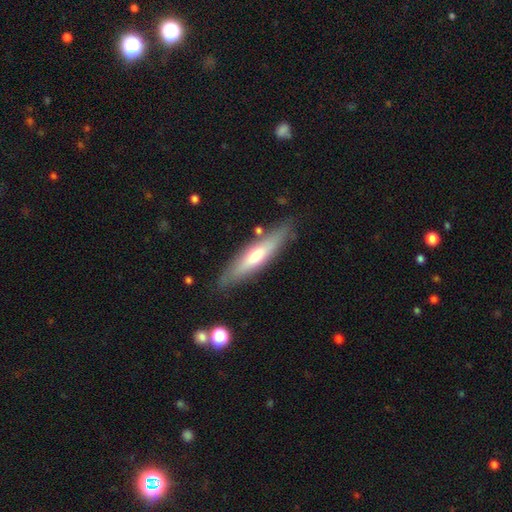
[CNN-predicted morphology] A smooth galaxy with no disk features (48%).

Vote fractions:
- Smooth or featured? smooth: 48% / featured or disk: 46% / star or artifact: 6%
- Merging? none: 82% / minor disturbance: 12% / merger: 3% / major disturbance: 3%